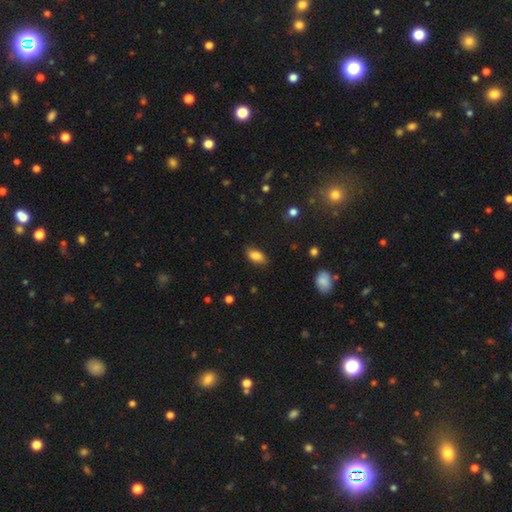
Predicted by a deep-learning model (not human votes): Smooth or featured: smooth — 84% (star or artifact — 8%)
How rounded: in between — 90% (cigar-shaped — 6%)
Merging: none — 82% (minor disturbance — 14%)